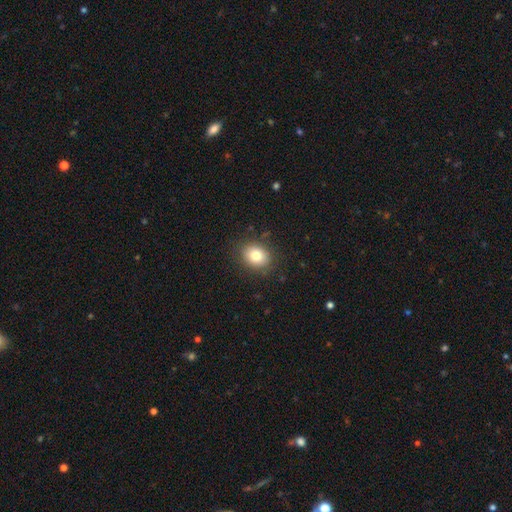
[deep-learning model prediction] Smooth or featured? smooth (81%)
How rounded? round (52%)
Merging? none (86%)